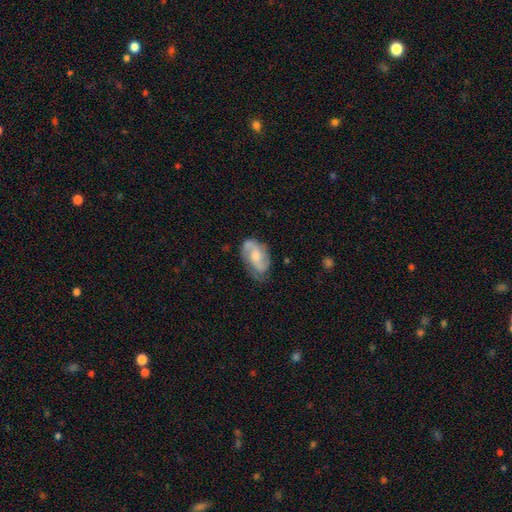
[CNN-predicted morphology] This is likely a featured or disk galaxy (70%). It is clearly not viewed edge-on (96%). Bar: possibly no (50%). Spiral arm pattern: clearly yes (92%). Spiral arm count: likely 2 (79%). Spiral winding: possibly medium (47%). Central bulge: possibly moderate (53%). Merging: likely none (66%).